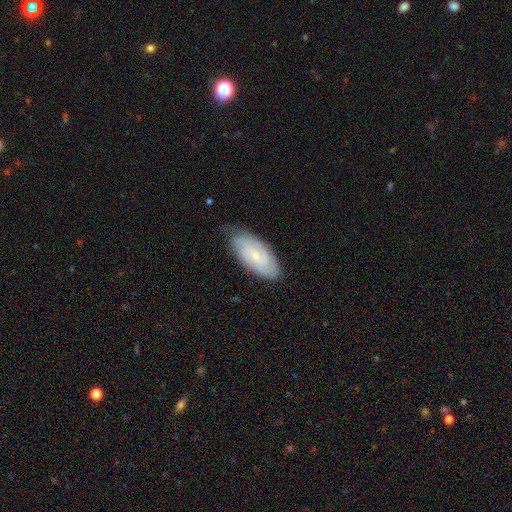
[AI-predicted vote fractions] Overall: featured or disk (58%; smooth 36%). Edge-on disk: no (92%). Bar: no (68%). Spiral arms: yes (89%). Bulge size: small (74%). Merging: none (72%).